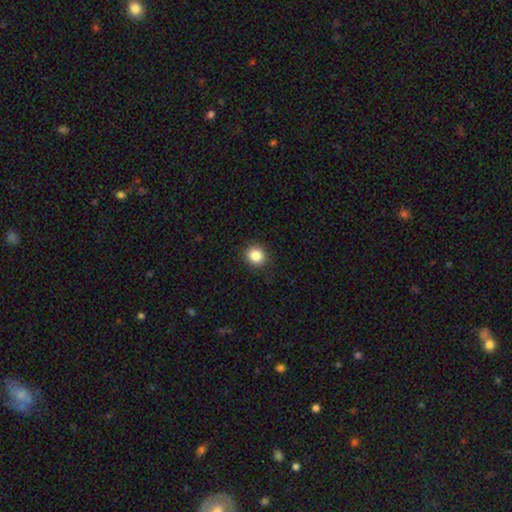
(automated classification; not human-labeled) smooth-or-featured: smooth: 86% | star or artifact: 10% | featured or disk: 4%
  how-rounded: round: 89% | in between: 10% | cigar-shaped: 1%
  merging: none: 90% | minor disturbance: 7% | major disturbance: 2% | merger: 1%